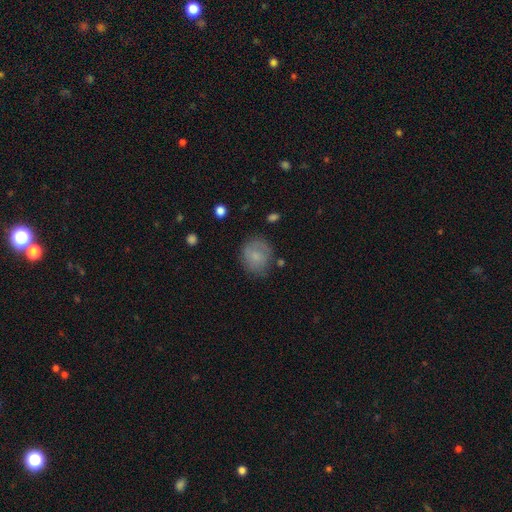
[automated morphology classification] A smooth galaxy with no disk features (67%) that is round (71%). Merging: none (64%).